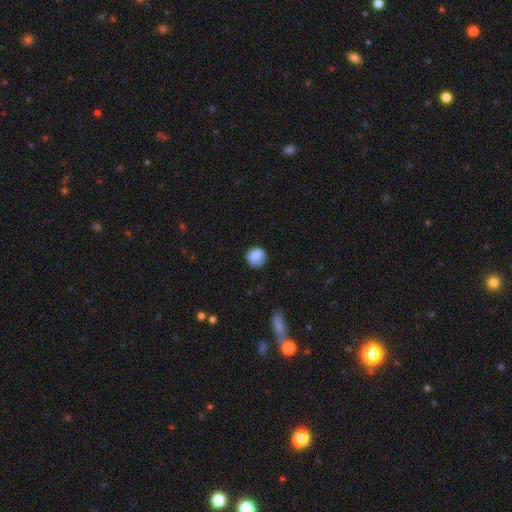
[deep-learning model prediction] smooth 81%, featured or disk 11%, star or artifact 8%. Down the decision tree: how rounded — round (89%); merging — none (82%).